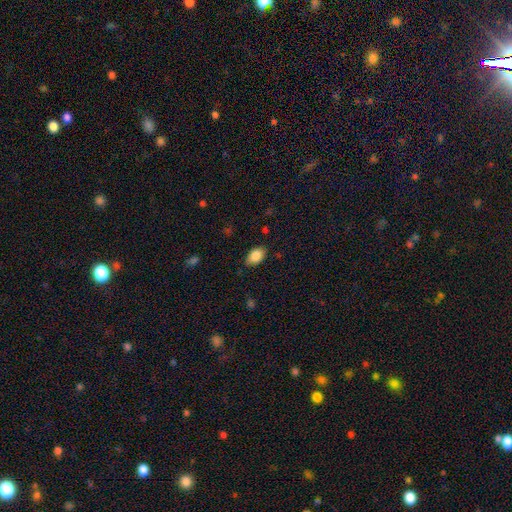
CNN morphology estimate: A smooth galaxy with no disk features (86%) that is in between round and cigar-shaped (88%). Merging: none (80%).